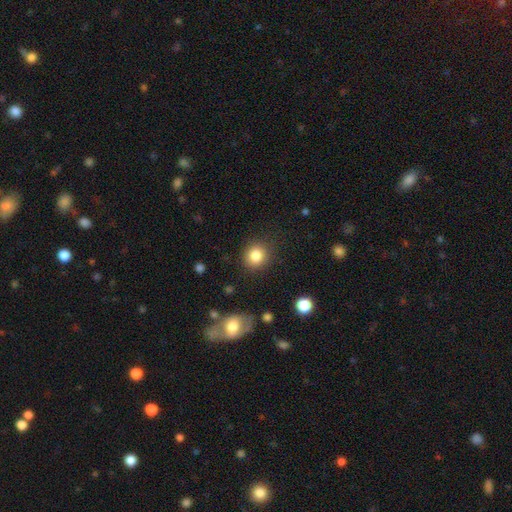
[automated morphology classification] A smooth galaxy with no disk features (84%) that is round (86%). Merging: none (87%).